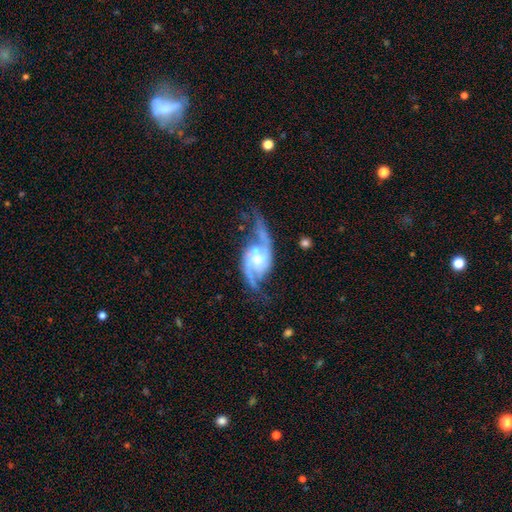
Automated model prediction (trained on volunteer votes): featured or disk 90%, star or artifact 5%, smooth 4%. Down the decision tree: edge-on disk — no (96%); bar — no (50%); spiral arms — yes (97%); spiral arm count — 2 (91%); spiral winding — medium (45%); bulge size — small (53%); merging — none (65%).